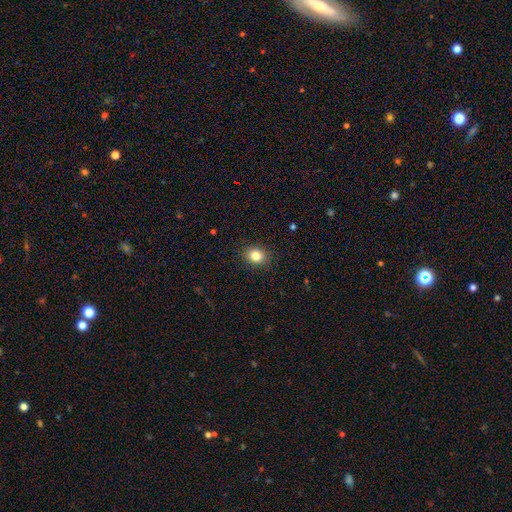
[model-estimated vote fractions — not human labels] Smooth or featured: smooth — 83% (star or artifact — 11%)
How rounded: round — 61% (in between — 38%)
Merging: none — 88% (minor disturbance — 8%)